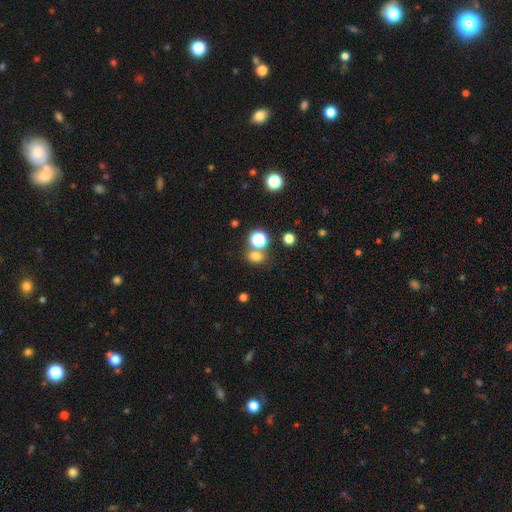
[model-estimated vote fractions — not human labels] A smooth galaxy with no disk features (72%) that is round (52%). Merging: none (64%).